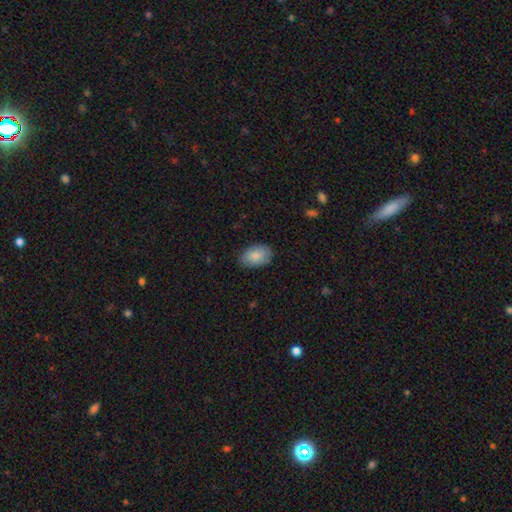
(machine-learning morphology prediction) A smooth galaxy with no disk features (83%) that is in between round and cigar-shaped (89%). Merging: none (81%).